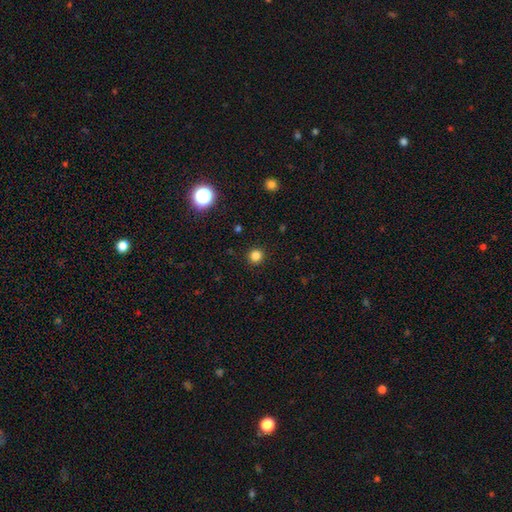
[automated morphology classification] Smooth or featured?
  - smooth: 82% *
  - star or artifact: 15%
  - featured or disk: 4%
How rounded?
  - round: 93% *
  - in between: 6%
  - cigar-shaped: 1%
Merging?
  - none: 92% *
  - minor disturbance: 5%
  - major disturbance: 2%
  - merger: 1%